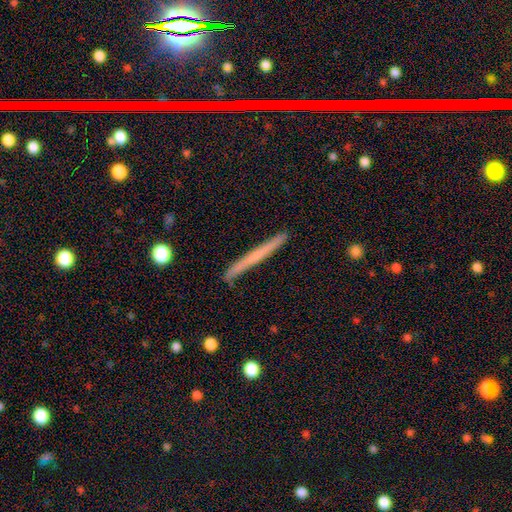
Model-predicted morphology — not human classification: The model was most divided on "smooth or featured": smooth: 49%, featured or disk: 42%, star or artifact: 9%. More confident: merging — none (87%).